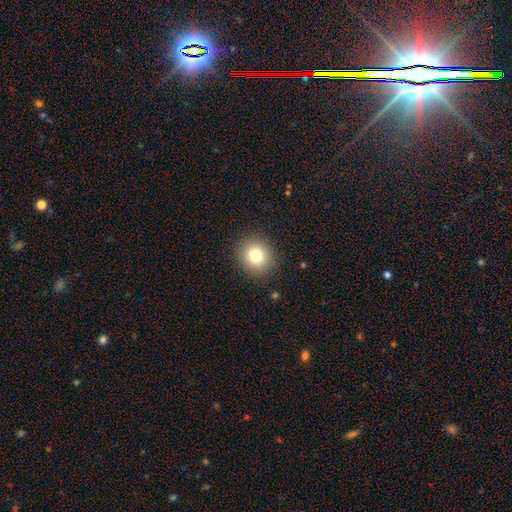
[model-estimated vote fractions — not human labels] Smooth or featured: smooth — 79% (star or artifact — 12%)
How rounded: round — 82% (in between — 18%)
Merging: none — 89% (minor disturbance — 8%)